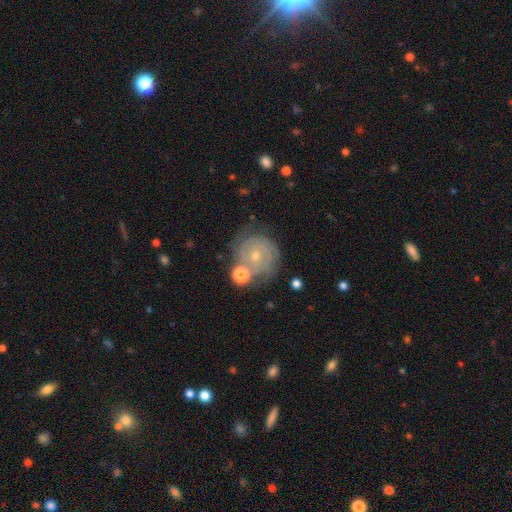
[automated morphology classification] smooth-or-featured: featured or disk: 76% | smooth: 16% | star or artifact: 8%
  disk-edge-on: no: 98% | yes: 2%
    bar: no: 79% | weak: 18% | strong: 4%
    has-spiral-arms: yes: 91% | no: 9%
      spiral-winding: tight: 74% | medium: 20% | loose: 5%
      spiral-arm-count: 2: 39% | can't tell: 28% | 3: 19% | 4: 6% | 1: 5% | more than 4: 4%
    bulge-size: small: 62% | moderate: 34% | none: 2% | large: 1% | dominant: 1%
  merging: none: 65% | minor disturbance: 18% | merger: 9% | major disturbance: 8%